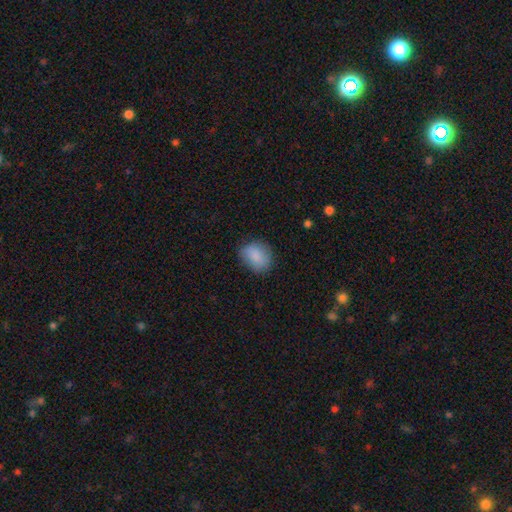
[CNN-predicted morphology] smooth_or_featured: smooth (p=0.86) [alt: star or artifact p=0.07]
how_rounded: round (p=0.50) [alt: in between p=0.48]
merging: none (p=0.76) [alt: minor disturbance p=0.18]